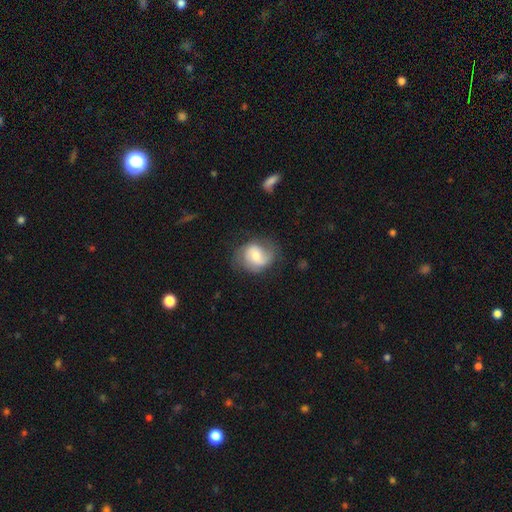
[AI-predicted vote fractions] smooth_or_featured: featured or disk (p=0.53) [alt: smooth p=0.40]
disk_edge_on: no (p=0.97) [alt: yes p=0.03]
bar: no (p=0.49) [alt: weak p=0.40]
has_spiral_arms: yes (p=0.85) [alt: no p=0.15]
bulge_size: moderate (p=0.59) [alt: small p=0.29]
merging: none (p=0.64) [alt: minor disturbance p=0.23]